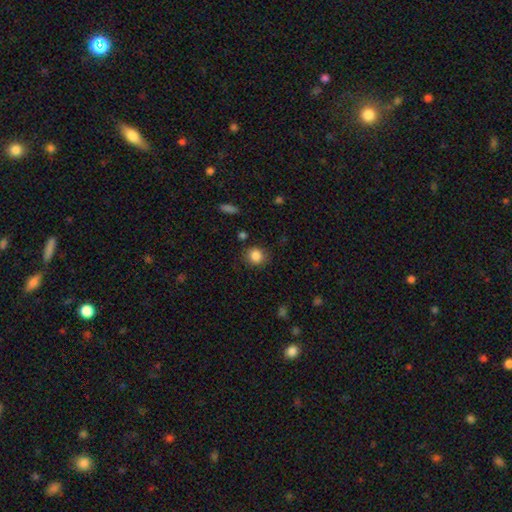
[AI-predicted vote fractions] A smooth galaxy with no disk features (86%) that is round (83%).

Vote fractions:
- Smooth or featured? smooth: 86% / star or artifact: 10% / featured or disk: 4%
- How rounded? round: 83% / in between: 16% / cigar-shaped: 1%
- Merging? none: 83% / minor disturbance: 11% / major disturbance: 3% / merger: 2%